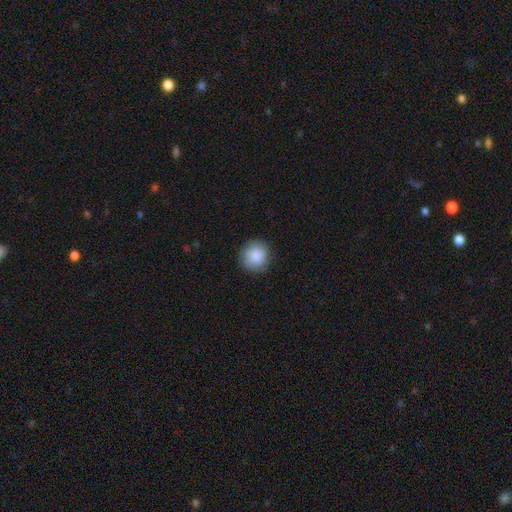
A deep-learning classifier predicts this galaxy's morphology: This appears to be a smooth galaxy with no disk features (87%) that is round (90%). Merging: none (85%).